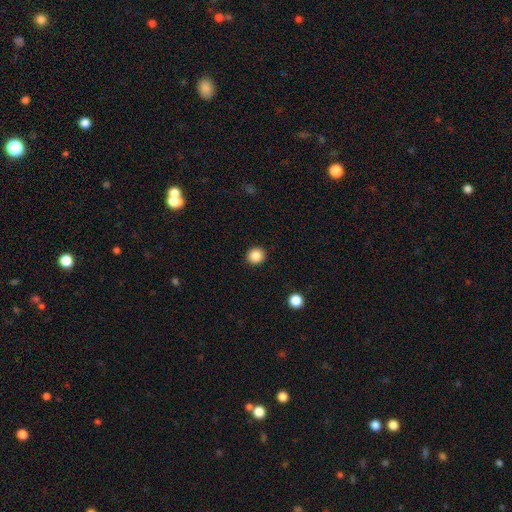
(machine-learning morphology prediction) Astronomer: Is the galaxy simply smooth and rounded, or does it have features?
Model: smooth — 86%.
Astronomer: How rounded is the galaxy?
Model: round — 88%.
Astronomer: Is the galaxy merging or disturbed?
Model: none — 92%.